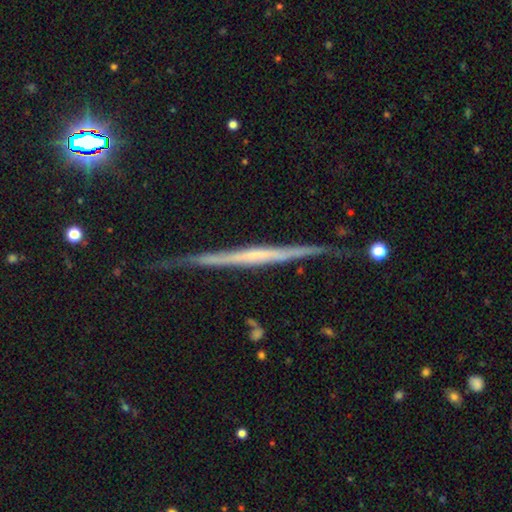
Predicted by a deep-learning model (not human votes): This appears to be a featured or disk galaxy (77%) viewed edge-on (98%) with no central bulge (68%). Merging: none (84%).